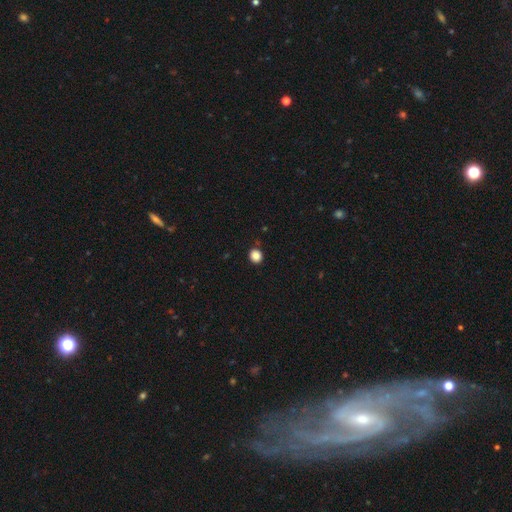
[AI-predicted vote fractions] Smooth or featured: smooth — 86% (star or artifact — 11%)
How rounded: round — 83% (in between — 16%)
Merging: none — 90% (minor disturbance — 7%)